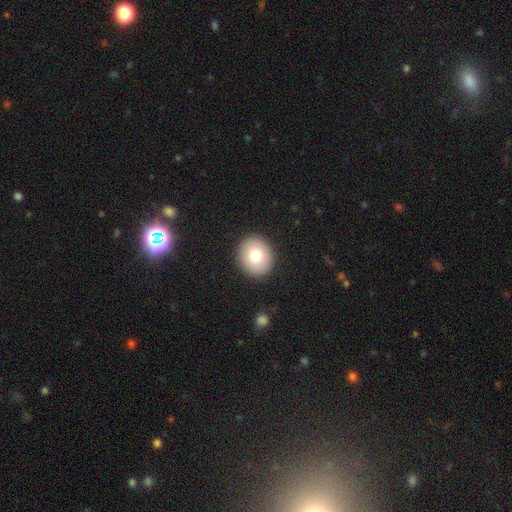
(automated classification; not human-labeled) This is likely a smooth galaxy (76%). How rounded: likely round (76%). Merging: clearly none (91%).